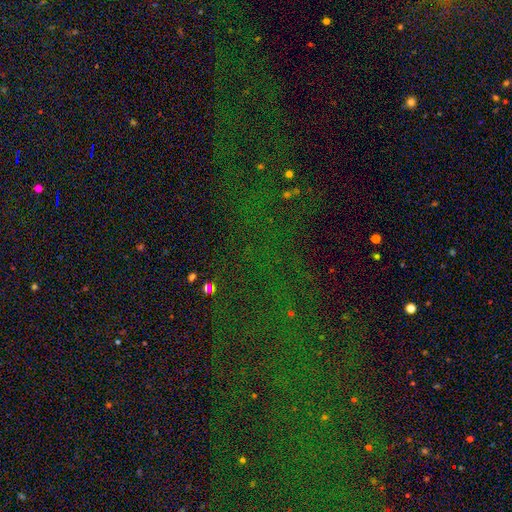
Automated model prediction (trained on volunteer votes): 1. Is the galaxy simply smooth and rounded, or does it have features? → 79% star or artifact, 11% smooth, 10% featured or disk.